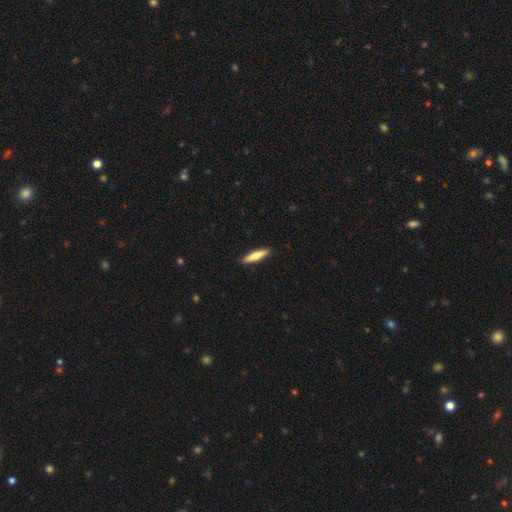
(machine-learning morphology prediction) Smooth or featured?
  - smooth: 72% *
  - featured or disk: 22%
  - star or artifact: 5%
How rounded?
  - cigar-shaped: 84% *
  - in between: 15%
  - round: 1%
Merging?
  - none: 91% *
  - minor disturbance: 7%
  - major disturbance: 1%
  - merger: 1%